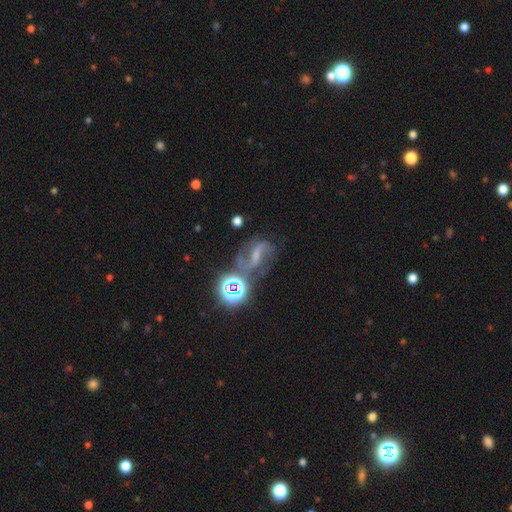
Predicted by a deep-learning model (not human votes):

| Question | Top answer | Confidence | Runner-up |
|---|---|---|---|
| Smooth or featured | featured or disk | 70% | star or artifact (20%) |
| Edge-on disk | no | 96% | yes (4%) |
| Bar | strong | 48% | weak (37%) |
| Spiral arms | yes | 93% | no (7%) |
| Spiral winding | medium | 46% | loose (42%) |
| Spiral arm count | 2 | 88% | can't tell (4%) |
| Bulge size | small | 46% | moderate (26%) |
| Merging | none | 59% | minor disturbance (17%) |